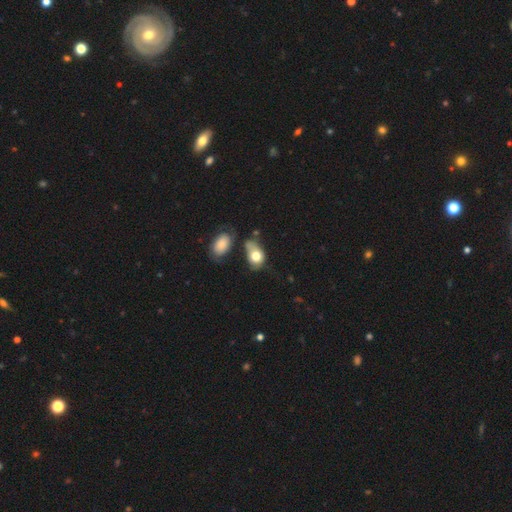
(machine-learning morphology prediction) This is likely a smooth galaxy (73%). How rounded: likely in between (77%). Merging: marginally none (28%).